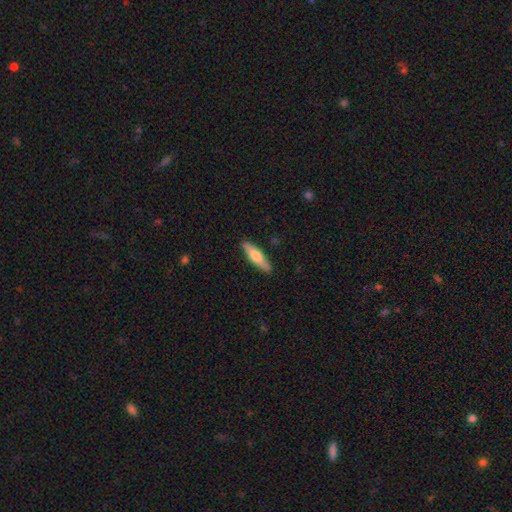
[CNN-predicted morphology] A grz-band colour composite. It shows a smooth galaxy with no disk features (62%) that is cigar-shaped (70%). Merging: none (89%).